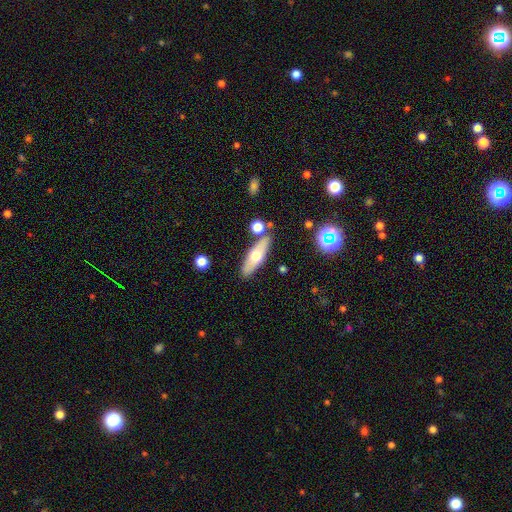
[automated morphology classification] Overall: smooth (53%; featured or disk 40%). How rounded: cigar-shaped (50%; in between 47%). Merging: none (80%).